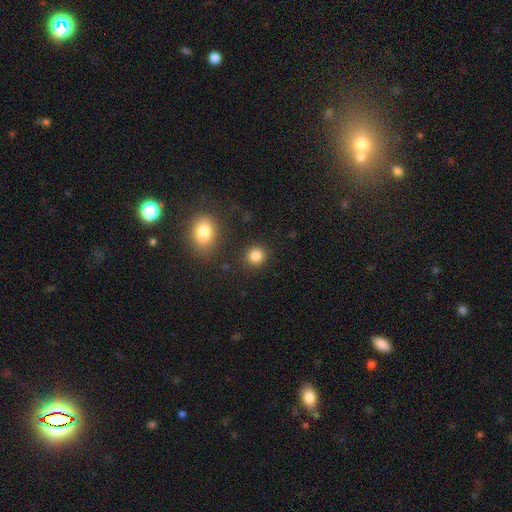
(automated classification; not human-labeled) A smooth galaxy with no disk features (85%) that is round (87%).

Vote fractions:
- Smooth or featured? smooth: 85% / star or artifact: 11% / featured or disk: 4%
- How rounded? round: 87% / in between: 12% / cigar-shaped: 1%
- Merging? none: 88% / minor disturbance: 6% / merger: 3% / major disturbance: 3%